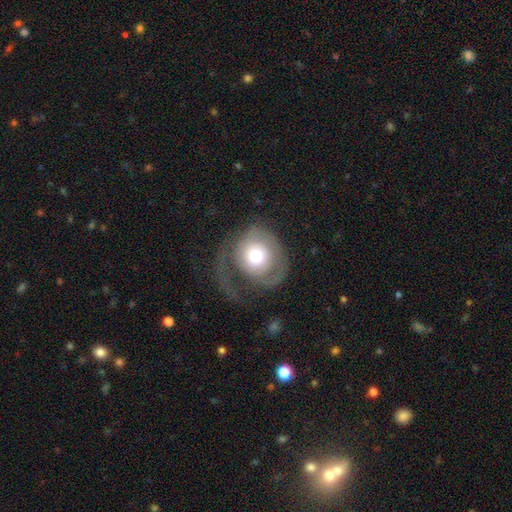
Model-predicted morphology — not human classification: smooth 47%, featured or disk 46%, star or artifact 7%. Down the decision tree: merging — major disturbance (51%).